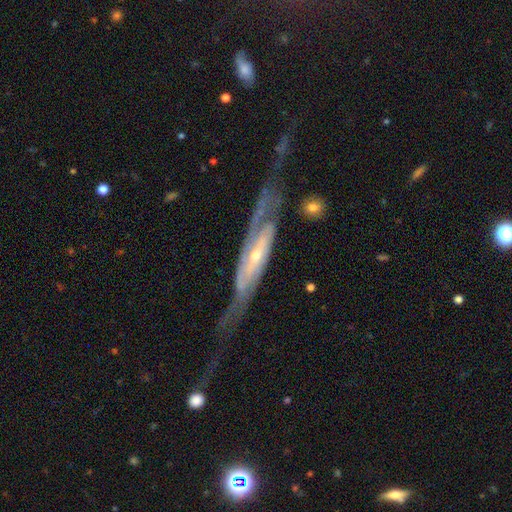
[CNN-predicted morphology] Q: Smooth or featured?
A: featured or disk (86%); runner-up: smooth (9%)
Q: Edge-on disk?
A: no (67%); runner-up: yes (33%)
Q: Bar?
A: no (45%); runner-up: weak (31%)
Q: Spiral arms?
A: yes (90%); runner-up: no (10%)
Q: Spiral winding?
A: medium (40%); runner-up: tight (35%)
Q: Spiral arm count?
A: 2 (73%); runner-up: can't tell (17%)
Q: Bulge size?
A: small (59%); runner-up: moderate (36%)
Q: Merging?
A: none (52%); runner-up: major disturbance (23%)